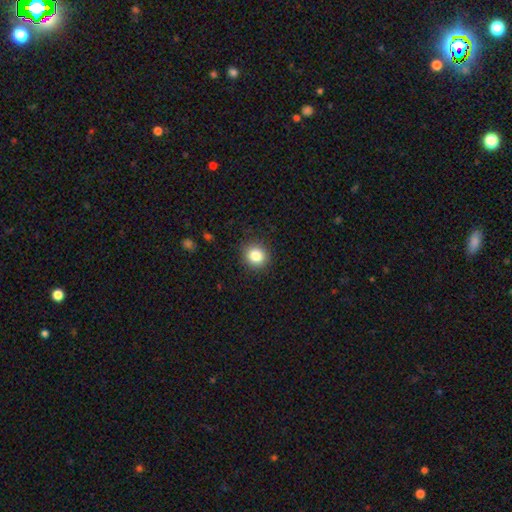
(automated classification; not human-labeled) smooth_or_featured: smooth (p=0.84) [alt: star or artifact p=0.11]
how_rounded: round (p=0.83) [alt: in between p=0.16]
merging: none (p=0.89) [alt: minor disturbance p=0.08]